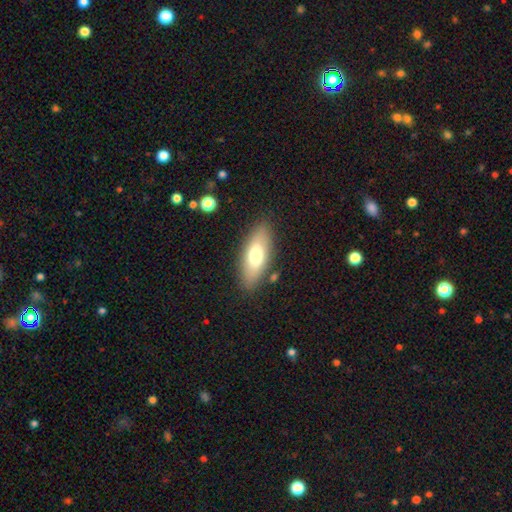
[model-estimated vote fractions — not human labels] Smooth or featured: smooth — 70% (featured or disk — 24%)
How rounded: in between — 75% (cigar-shaped — 23%)
Merging: none — 84% (minor disturbance — 11%)